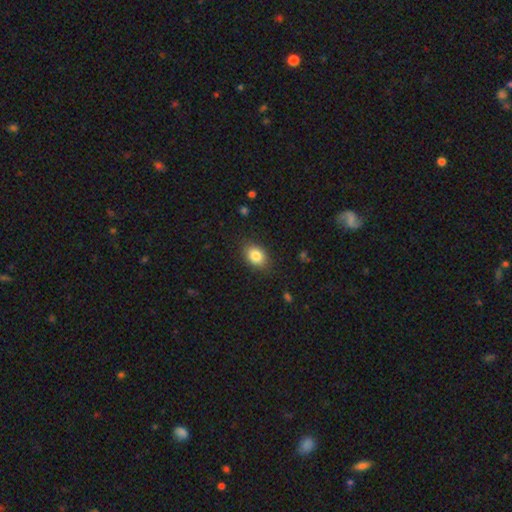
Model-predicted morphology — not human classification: Smooth or featured? smooth (85%)
How rounded? in between (72%)
Merging? none (85%)